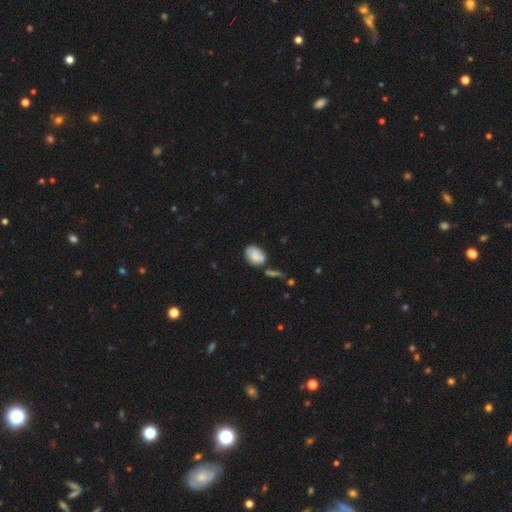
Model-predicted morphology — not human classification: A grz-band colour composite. It shows a smooth galaxy with no disk features (74%) that is in between round and cigar-shaped (75%). Merging: none (48%).